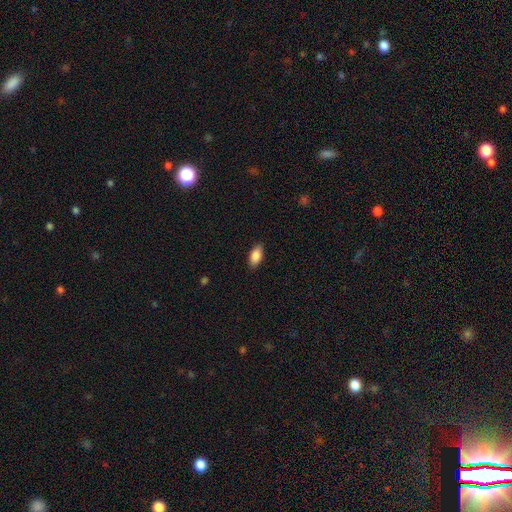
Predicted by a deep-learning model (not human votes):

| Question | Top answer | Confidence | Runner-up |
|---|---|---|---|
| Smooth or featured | smooth | 87% | star or artifact (7%) |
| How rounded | in between | 91% | cigar-shaped (6%) |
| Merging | none | 87% | minor disturbance (10%) |